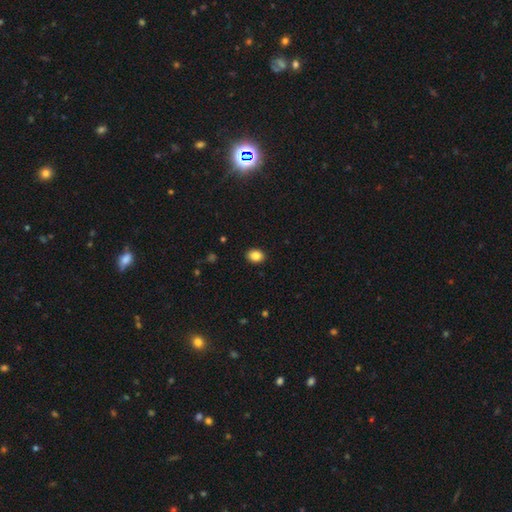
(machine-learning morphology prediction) Overall: smooth (85%). How rounded: in between (58%; round 41%). Merging: none (91%).